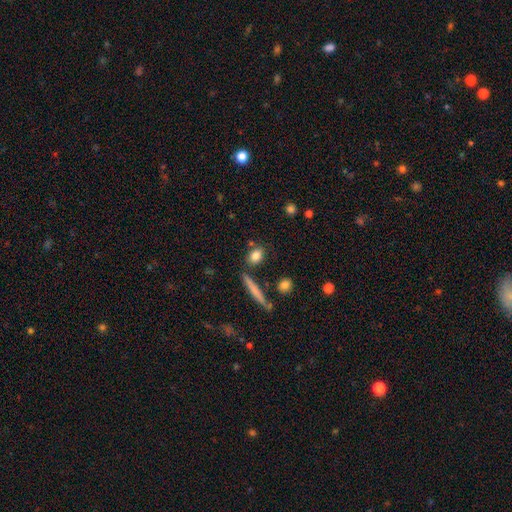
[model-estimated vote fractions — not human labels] Smooth or featured?
  - smooth: 81% *
  - featured or disk: 10%
  - star or artifact: 8%
How rounded?
  - in between: 67% *
  - round: 22%
  - cigar-shaped: 11%
Merging?
  - none: 76% *
  - minor disturbance: 11%
  - merger: 9%
  - major disturbance: 3%